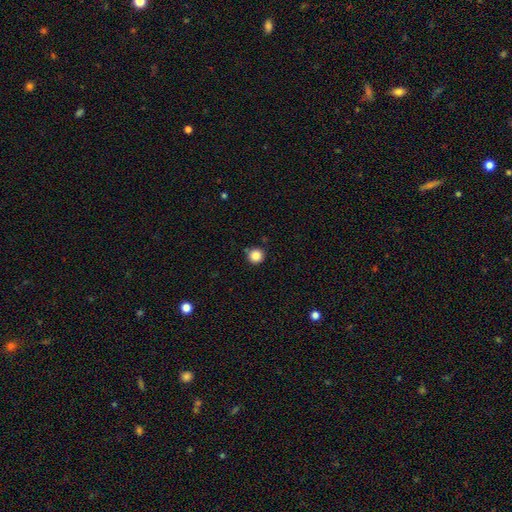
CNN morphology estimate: The model was most divided on "smooth or featured": smooth: 86%, star or artifact: 10%, featured or disk: 4%. More confident: how rounded — round (95%); merging — none (87%).